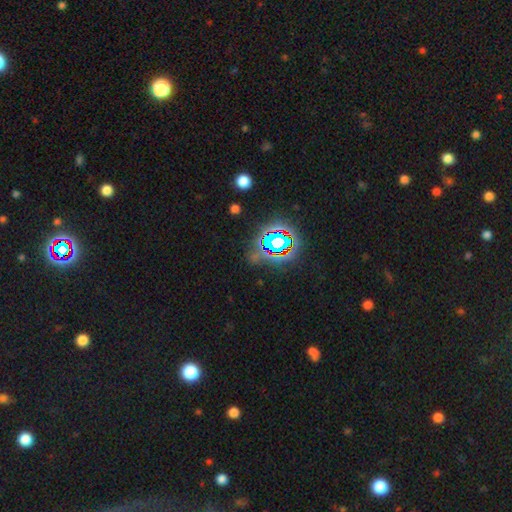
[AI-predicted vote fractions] The model was most divided on "smooth or featured": star or artifact: 72%, smooth: 17%, featured or disk: 11%.